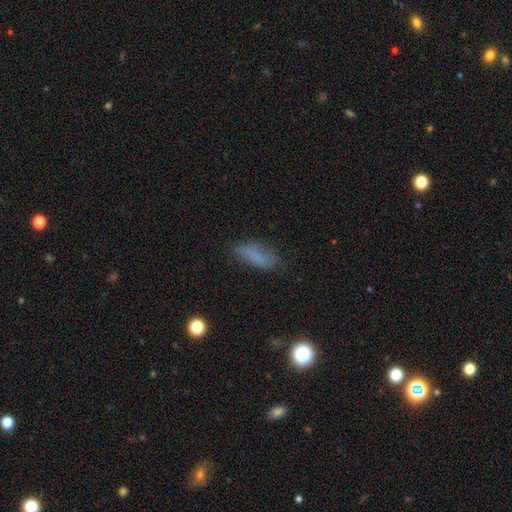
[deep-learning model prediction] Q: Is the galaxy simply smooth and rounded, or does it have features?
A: smooth — 76%.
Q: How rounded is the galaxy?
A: in between — 69%.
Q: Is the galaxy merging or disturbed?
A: none — 68%.